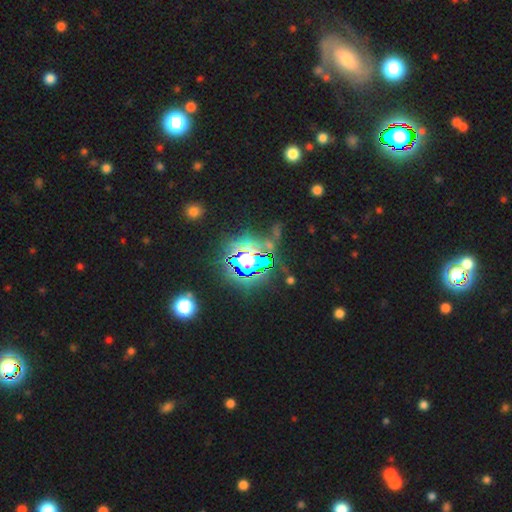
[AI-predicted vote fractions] smooth_or_featured: star or artifact (p=0.73) [alt: smooth p=0.15]